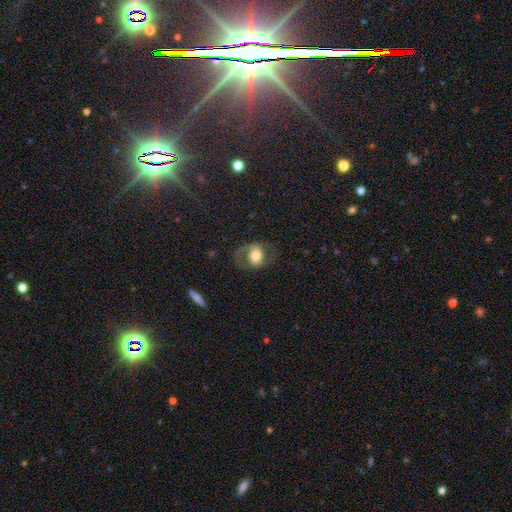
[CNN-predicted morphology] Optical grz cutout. It shows a featured or disk galaxy (50%). Merging: none (58%).